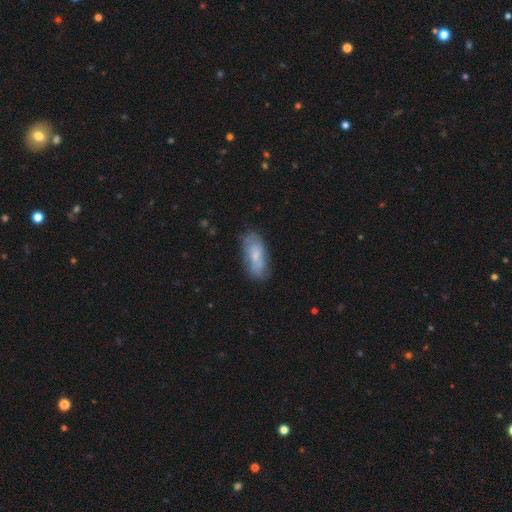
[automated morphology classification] type=smooth (54%); roundness=in between (84%); merging=none (63%).